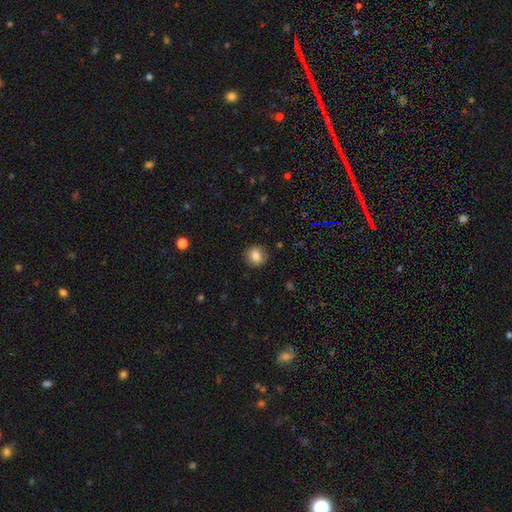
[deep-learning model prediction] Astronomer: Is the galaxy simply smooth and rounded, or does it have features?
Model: smooth — 83%.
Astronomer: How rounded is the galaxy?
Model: round — 83%.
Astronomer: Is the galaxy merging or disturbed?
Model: none — 88%.